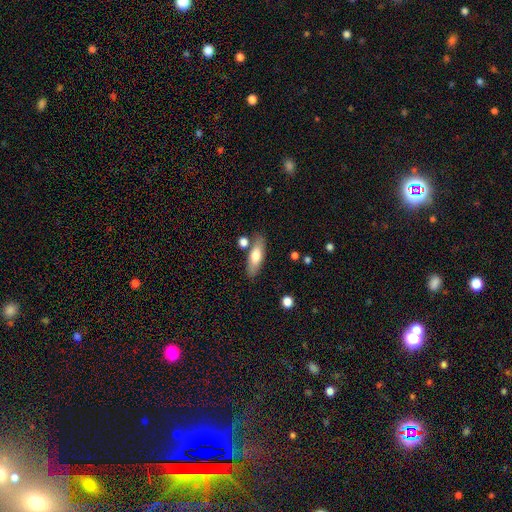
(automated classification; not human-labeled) A smooth galaxy with no disk features (69%) that is in between round and cigar-shaped (56%).

Vote fractions:
- Smooth or featured? smooth: 69% / featured or disk: 25% / star or artifact: 6%
- How rounded? in between: 56% / cigar-shaped: 41% / round: 3%
- Merging? none: 77% / minor disturbance: 12% / merger: 8% / major disturbance: 3%